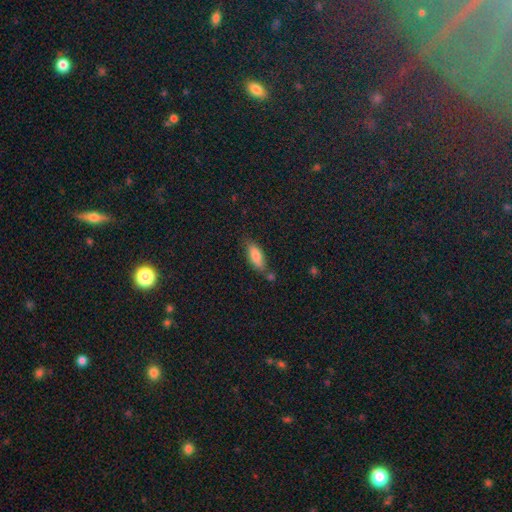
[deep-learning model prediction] The model was most divided on "how rounded": in between: 69%, cigar-shaped: 29%, round: 3%. More confident: smooth or featured — smooth (78%); merging — none (68%).